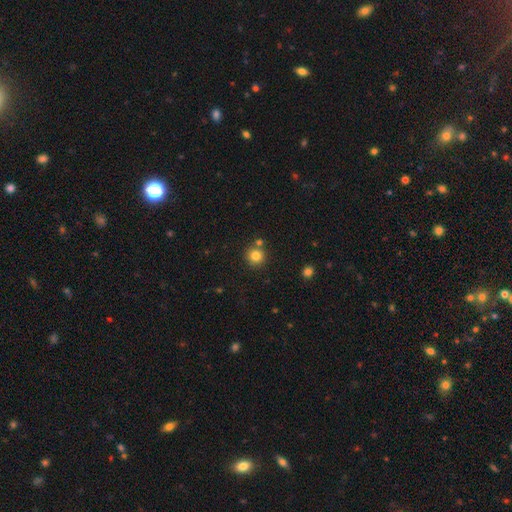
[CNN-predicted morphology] This appears to be a smooth galaxy with no disk features (82%) that is round (93%). Merging: none (77%).